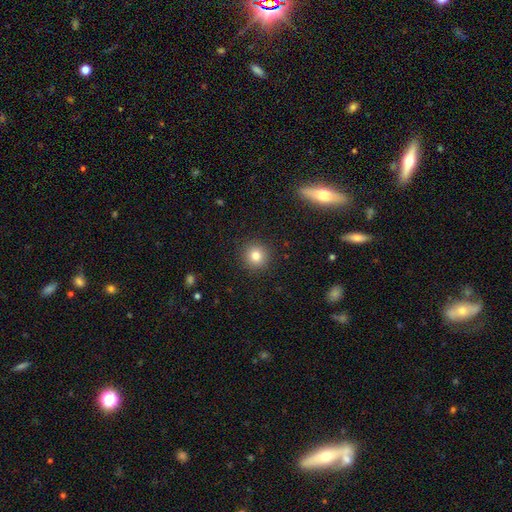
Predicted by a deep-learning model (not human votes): Smooth or featured? smooth (81%)
How rounded? round (93%)
Merging? none (91%)